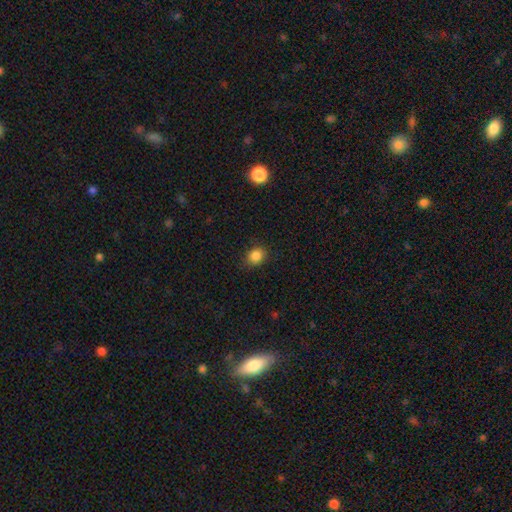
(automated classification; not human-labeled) smooth-or-featured: smooth: 85% | star or artifact: 11% | featured or disk: 4%
  how-rounded: round: 60% | in between: 39% | cigar-shaped: 1%
  merging: none: 85% | minor disturbance: 11% | major disturbance: 3% | merger: 1%